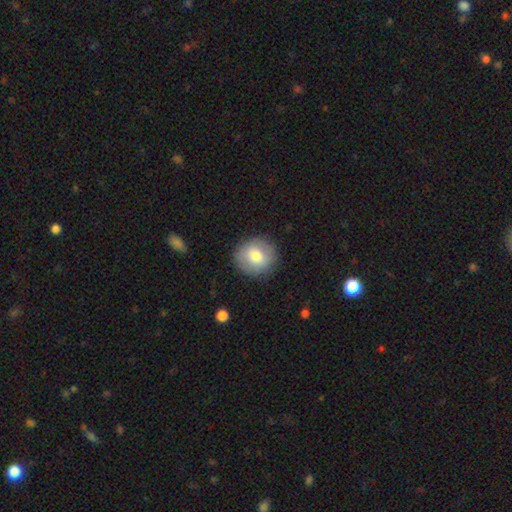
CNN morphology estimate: A smooth galaxy with no disk features (74%) that is round (86%).

Vote fractions:
- Smooth or featured? smooth: 74% / featured or disk: 19% / star or artifact: 7%
- How rounded? round: 86% / in between: 13% / cigar-shaped: 1%
- Merging? none: 88% / minor disturbance: 8% / major disturbance: 3% / merger: 1%